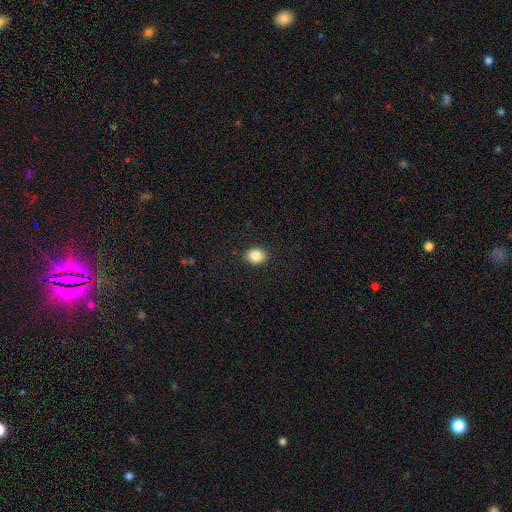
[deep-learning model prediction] A smooth galaxy with no disk features (86%) that is in between round and cigar-shaped (53%).

Vote fractions:
- Smooth or featured? smooth: 86% / star or artifact: 9% / featured or disk: 5%
- How rounded? in between: 53% / round: 46% / cigar-shaped: 1%
- Merging? none: 90% / minor disturbance: 7% / major disturbance: 2% / merger: 1%